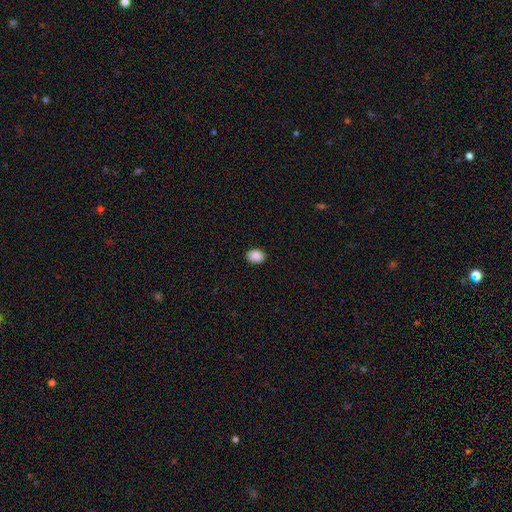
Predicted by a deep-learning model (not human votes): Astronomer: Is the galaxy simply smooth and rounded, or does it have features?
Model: smooth — 89%.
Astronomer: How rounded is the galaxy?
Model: in between — 71%.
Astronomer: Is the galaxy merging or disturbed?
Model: none — 90%.